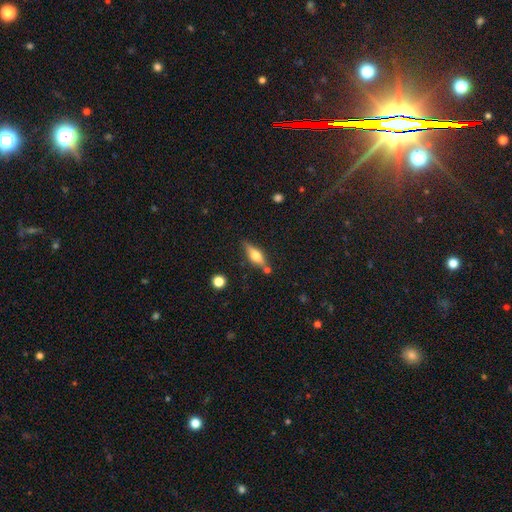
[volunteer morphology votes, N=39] Smooth or featured?
  - featured or disk: 67% *
  - smooth: 28%
  - star or artifact: 5%
Edge-on disk?
  - yes: 92% *
  - no: 8%
Edge-on bulge?
  - rounded: 92% *
  - boxy: 4%
  - none: 4%
Merging?
  - none: 81% *
  - minor disturbance: 14%
  - major disturbance: 3%
  - merger: 3%